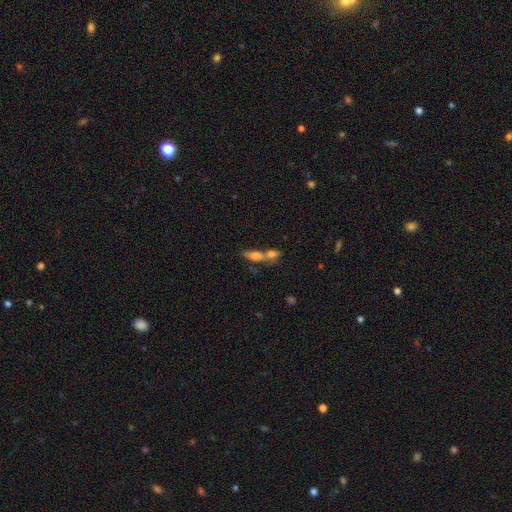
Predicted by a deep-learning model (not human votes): A smooth galaxy with no disk features (62%) that is in between round and cigar-shaped (58%).

Vote fractions:
- Smooth or featured? smooth: 62% / featured or disk: 27% / star or artifact: 11%
- How rounded? in between: 58% / cigar-shaped: 32% / round: 10%
- Merging? merger: 61% / none: 26% / minor disturbance: 8% / major disturbance: 5%